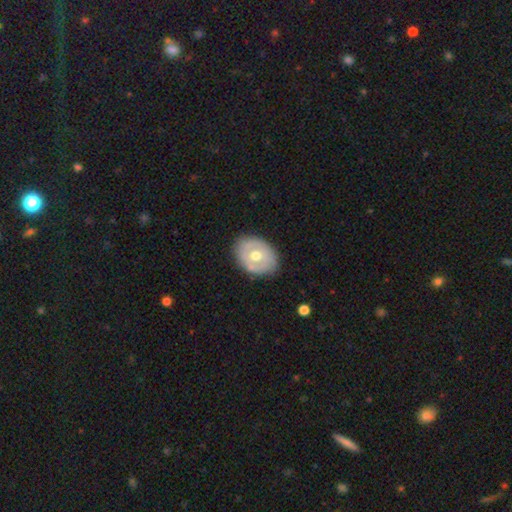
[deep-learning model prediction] A featured or disk galaxy (51%). Merging: none (80%).